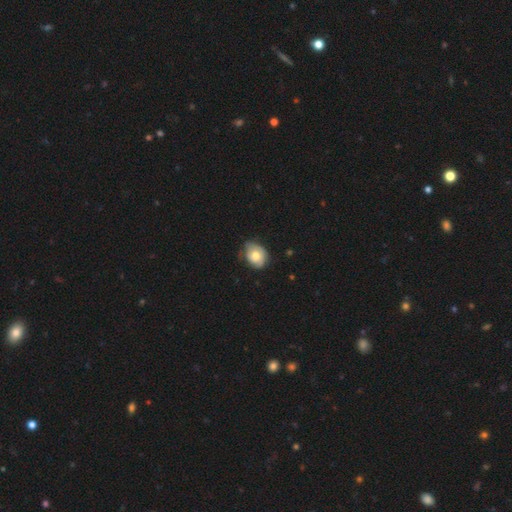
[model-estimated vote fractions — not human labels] This appears to be a smooth galaxy with no disk features (62%) that is in between round and cigar-shaped (52%). Merging: none (60%).